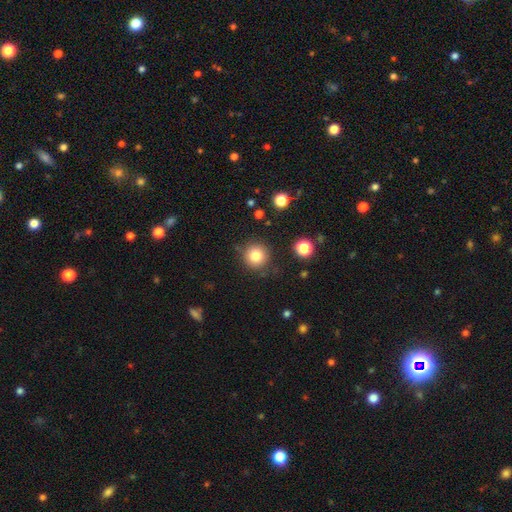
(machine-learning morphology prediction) This appears to be a smooth galaxy with no disk features (82%) that is round (94%). Merging: none (85%).